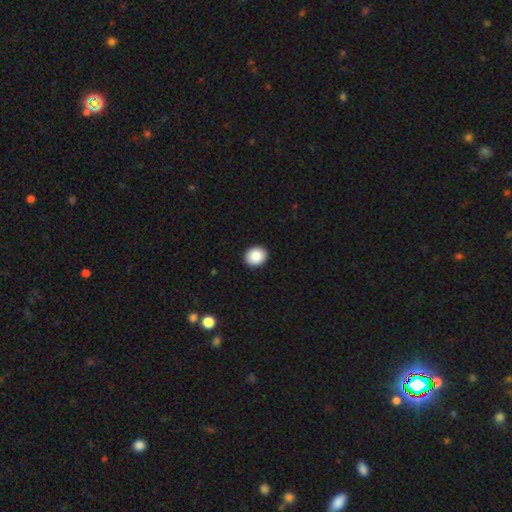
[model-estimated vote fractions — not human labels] A smooth galaxy with no disk features (87%) that is round (67%). Merging: none (92%).